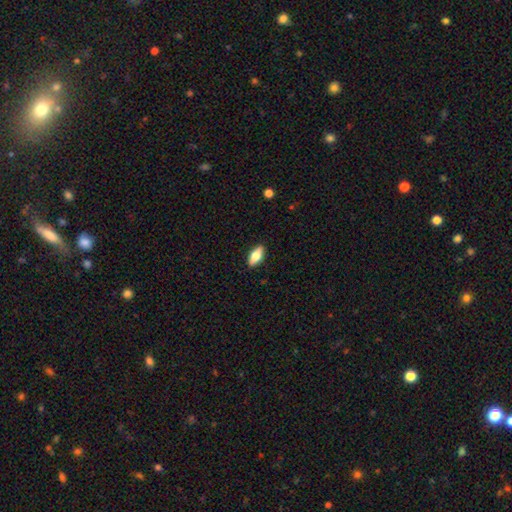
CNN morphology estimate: The model was most divided on "smooth or featured": smooth: 68%, featured or disk: 25%, star or artifact: 7%. More confident: merging — none (89%); how rounded — in between (81%).